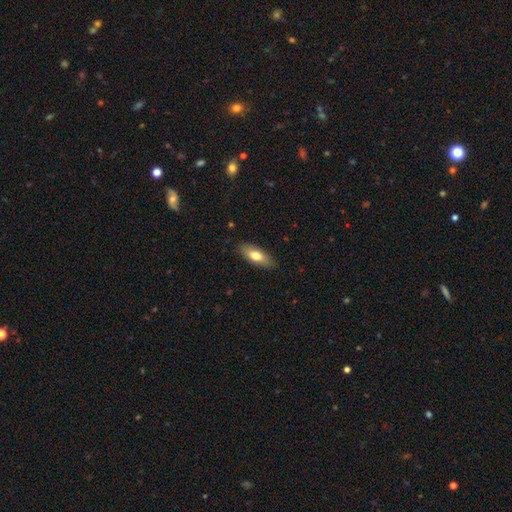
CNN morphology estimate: This is likely a smooth galaxy (71%). How rounded: likely in between (76%). Merging: clearly none (87%).